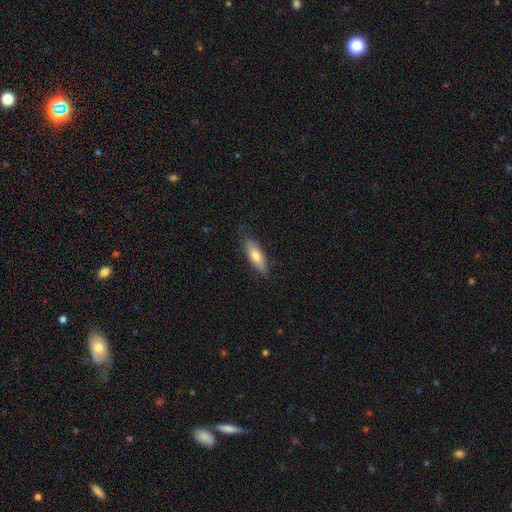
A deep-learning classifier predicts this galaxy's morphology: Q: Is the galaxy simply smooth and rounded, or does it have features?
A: smooth — 72%.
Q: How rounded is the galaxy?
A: in between — 49%, tied with cigar-shaped.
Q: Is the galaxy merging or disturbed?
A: none — 78%.